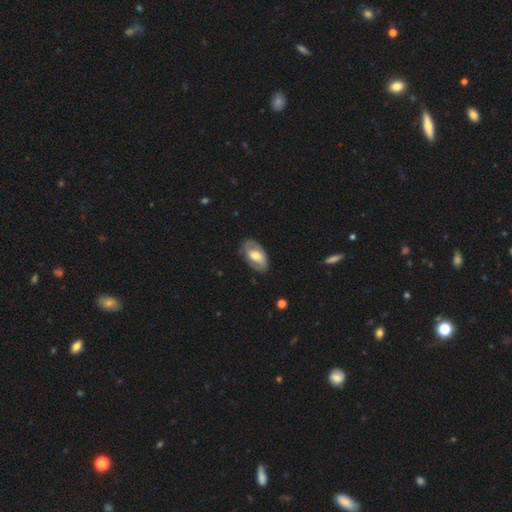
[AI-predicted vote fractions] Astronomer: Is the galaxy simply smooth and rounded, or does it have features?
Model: featured or disk — 57% (runner-up: smooth, 38%).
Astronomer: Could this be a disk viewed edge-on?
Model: no — 93%.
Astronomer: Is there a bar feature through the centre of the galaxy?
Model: no — 42% (runner-up: weak, 38%).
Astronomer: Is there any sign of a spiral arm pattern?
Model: yes — 62% (runner-up: no, 38%).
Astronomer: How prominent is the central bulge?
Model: moderate — 63%.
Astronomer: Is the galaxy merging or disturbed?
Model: none — 76%.